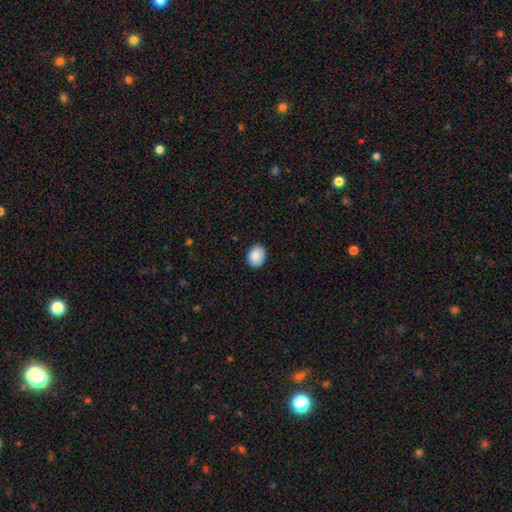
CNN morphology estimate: A smooth galaxy with no disk features (88%) that is in between round and cigar-shaped (54%). Merging: none (89%).